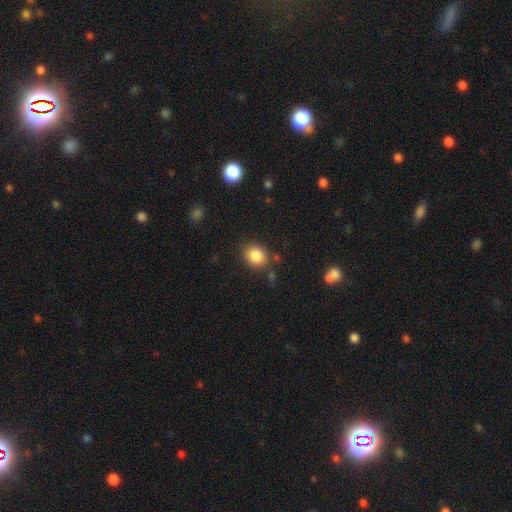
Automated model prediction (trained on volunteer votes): Smooth or featured?
  - smooth: 85% *
  - star or artifact: 9%
  - featured or disk: 6%
How rounded?
  - round: 56% *
  - in between: 44%
  - cigar-shaped: 1%
Merging?
  - none: 81% *
  - minor disturbance: 12%
  - merger: 4%
  - major disturbance: 3%